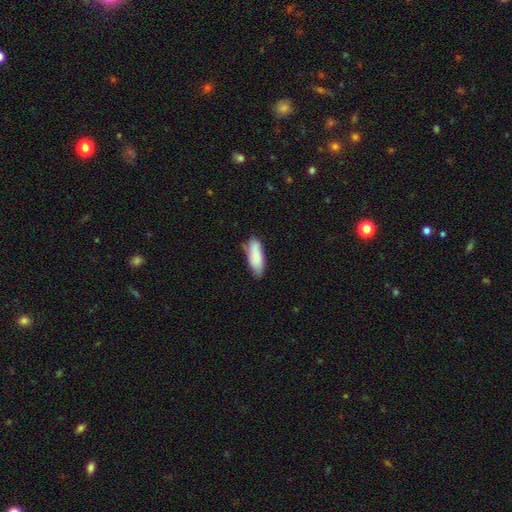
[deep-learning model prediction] Q: Smooth or featured?
A: smooth (85%); runner-up: featured or disk (9%)
Q: How rounded?
A: in between (66%); runner-up: cigar-shaped (32%)
Q: Merging?
A: none (67%); runner-up: minor disturbance (26%)